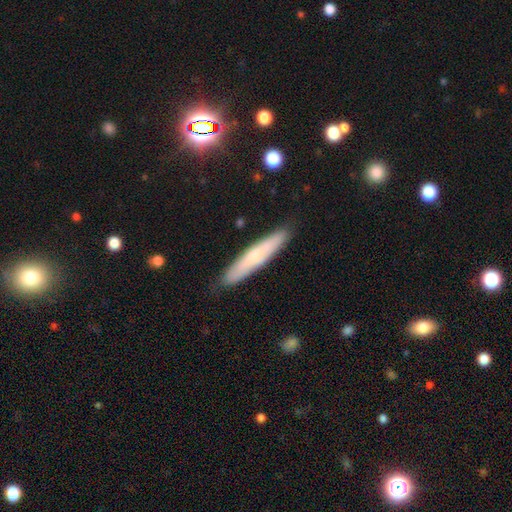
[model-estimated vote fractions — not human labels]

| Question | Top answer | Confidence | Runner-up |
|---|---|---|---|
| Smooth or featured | smooth | 56% | featured or disk (37%) |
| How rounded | cigar-shaped | 88% | in between (10%) |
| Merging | none | 87% | minor disturbance (10%) |